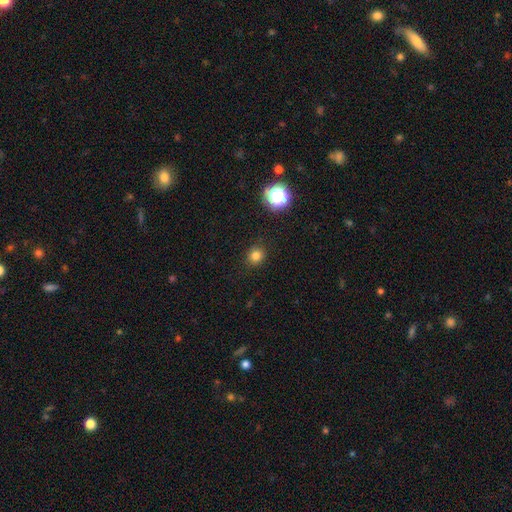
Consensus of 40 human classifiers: Smooth or featured?
  - smooth: 78% *
  - star or artifact: 12%
  - featured or disk: 10%
How rounded?
  - round: 100% *
  - in between: 0%
  - cigar-shaped: 0%
Merging?
  - none: 89% *
  - minor disturbance: 6%
  - major disturbance: 6%
  - merger: 0%